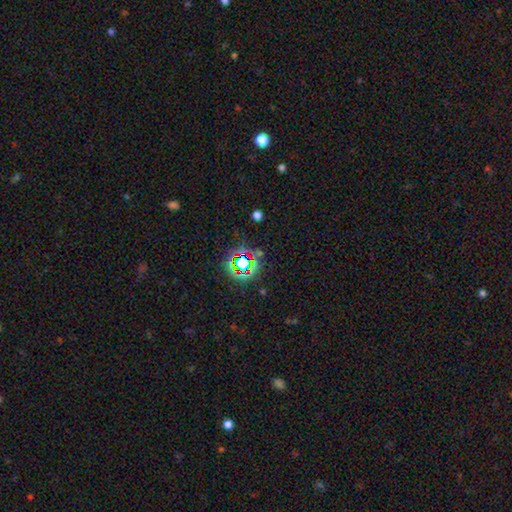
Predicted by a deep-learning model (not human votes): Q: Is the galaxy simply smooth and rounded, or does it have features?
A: star or artifact — 75%.